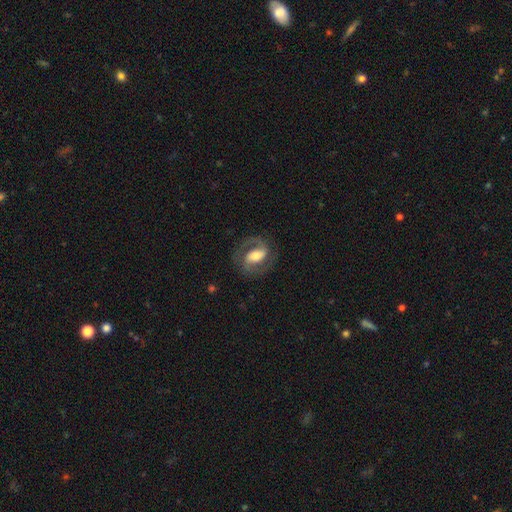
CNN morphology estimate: type=featured or disk (78%); edge-on=no (96%); bar=strong (39%); spiral arms=yes (92%); winding=medium (53%); arm count=2 (85%); bulge=moderate (58%); merging=none (76%).